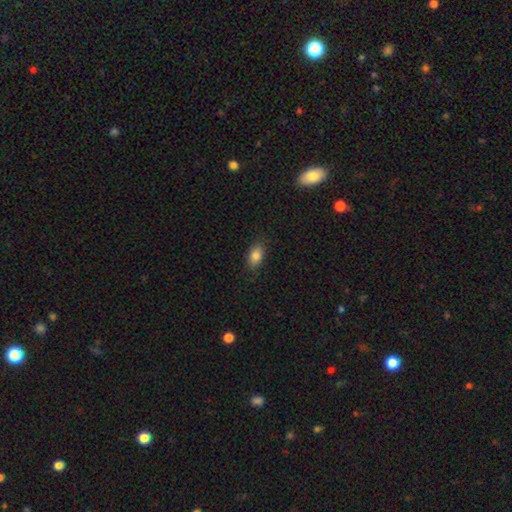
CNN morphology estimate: smooth 85%, star or artifact 8%, featured or disk 7%. Down the decision tree: how rounded — in between (88%); merging — none (84%).